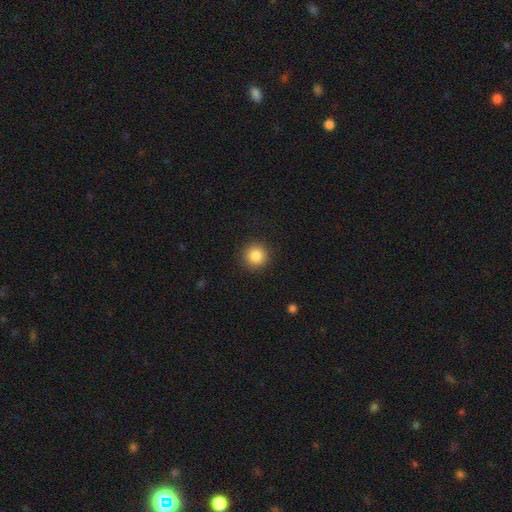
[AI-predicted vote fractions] Smooth or featured?
  - smooth: 86% *
  - star or artifact: 10%
  - featured or disk: 5%
How rounded?
  - round: 94% *
  - in between: 5%
  - cigar-shaped: 1%
Merging?
  - none: 91% *
  - minor disturbance: 6%
  - major disturbance: 2%
  - merger: 1%